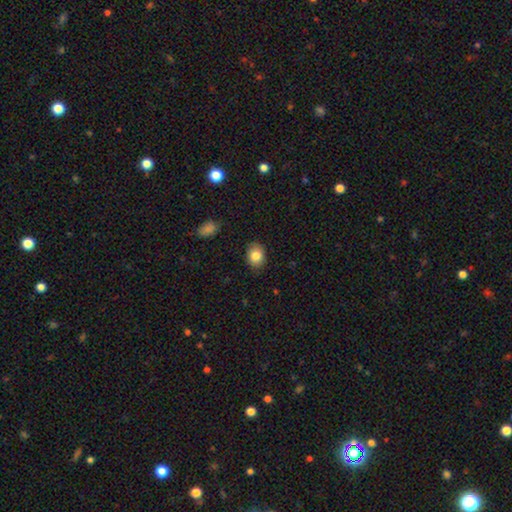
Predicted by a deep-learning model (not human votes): Smooth or featured? smooth (84%)
How rounded? in between (60%)
Merging? none (87%)